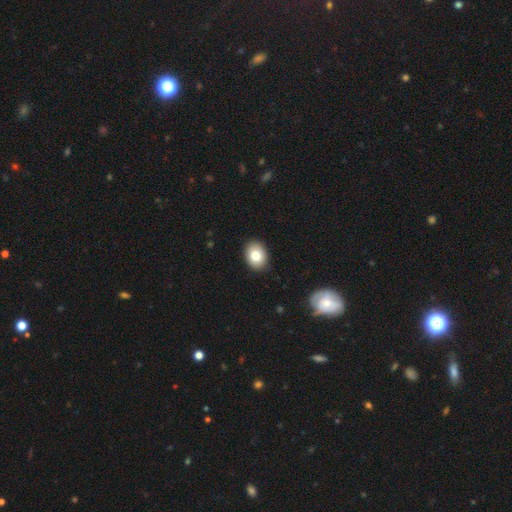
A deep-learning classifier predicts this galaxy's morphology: type=smooth (80%); roundness=in between (66%); merging=none (89%).